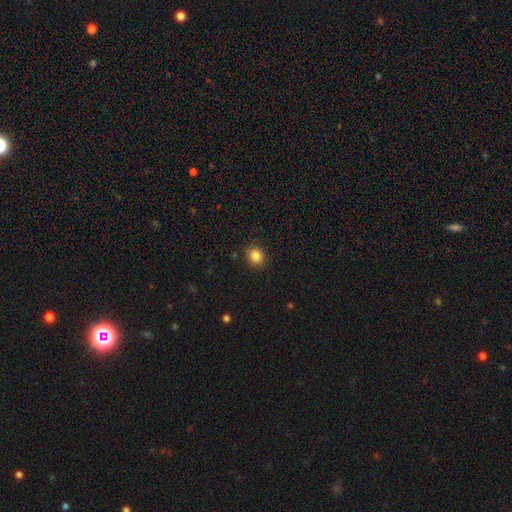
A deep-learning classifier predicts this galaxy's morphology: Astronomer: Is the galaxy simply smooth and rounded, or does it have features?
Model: smooth — 84%.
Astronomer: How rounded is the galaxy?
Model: round — 76%.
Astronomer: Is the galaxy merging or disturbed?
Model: none — 89%.